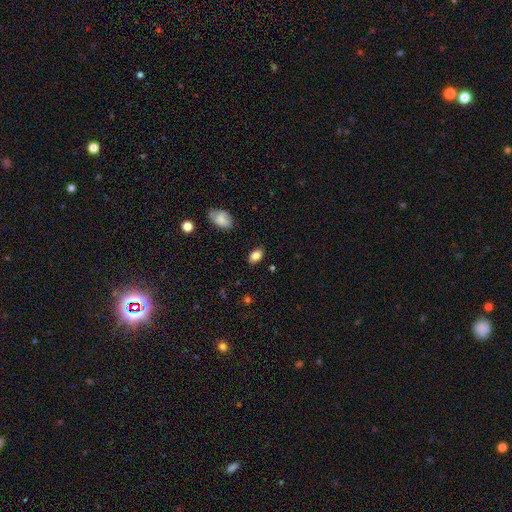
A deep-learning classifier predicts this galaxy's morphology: This appears to be a smooth galaxy with no disk features (85%) that is in between round and cigar-shaped (88%). Merging: none (85%).